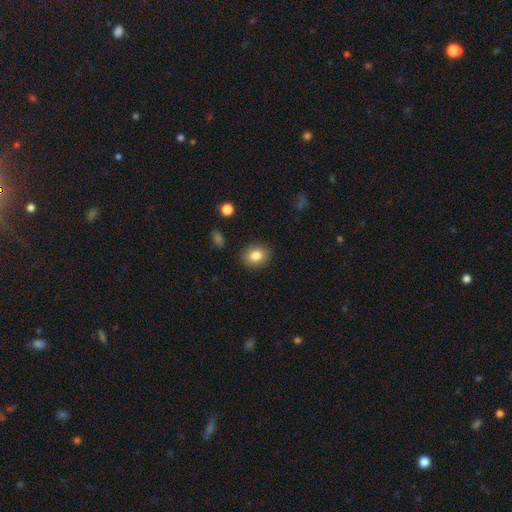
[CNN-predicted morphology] A smooth galaxy with no disk features (82%) that is round (55%).

Vote fractions:
- Smooth or featured? smooth: 82% / star or artifact: 9% / featured or disk: 8%
- How rounded? round: 55% / in between: 44% / cigar-shaped: 1%
- Merging? none: 88% / minor disturbance: 9% / major disturbance: 2% / merger: 1%